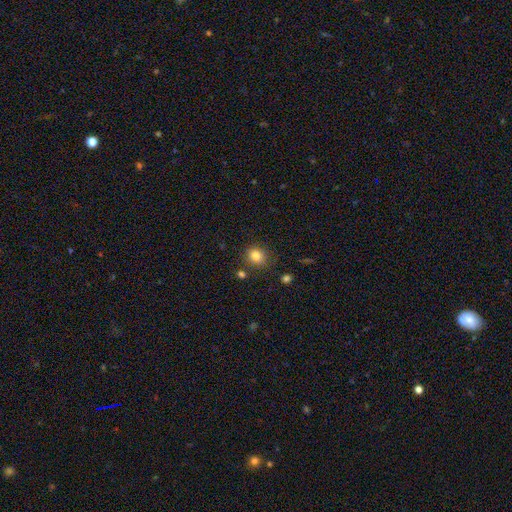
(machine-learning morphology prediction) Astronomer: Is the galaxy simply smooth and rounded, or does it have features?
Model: smooth — 83%.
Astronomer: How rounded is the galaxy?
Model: round — 78%.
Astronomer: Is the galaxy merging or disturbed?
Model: none — 82%.